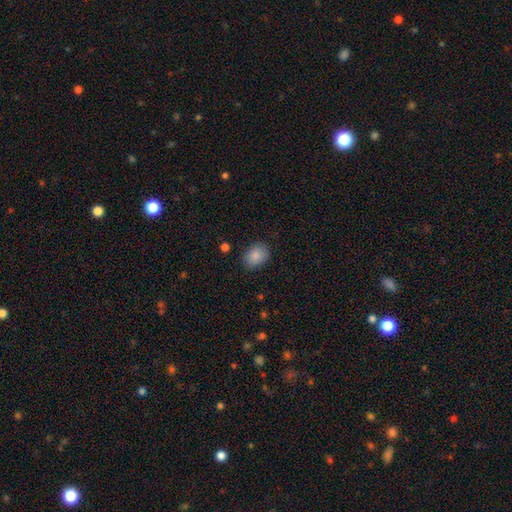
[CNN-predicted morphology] smooth-or-featured: smooth: 87% | star or artifact: 8% | featured or disk: 5%
  how-rounded: in between: 62% | round: 37% | cigar-shaped: 1%
  merging: none: 82% | minor disturbance: 13% | major disturbance: 3% | merger: 1%